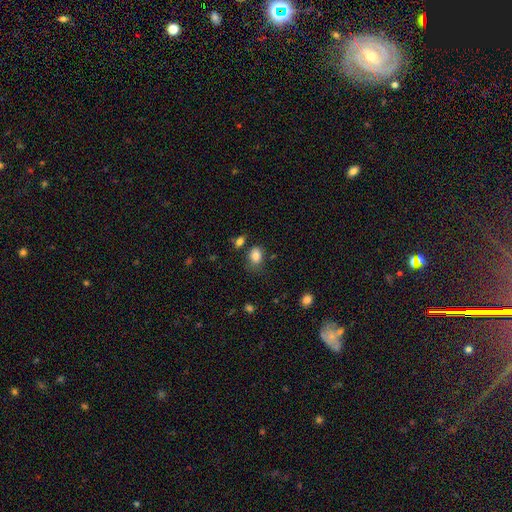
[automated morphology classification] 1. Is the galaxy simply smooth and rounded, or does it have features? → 84% smooth, 10% star or artifact, 6% featured or disk.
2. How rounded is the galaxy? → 67% in between, 32% round, 1% cigar-shaped.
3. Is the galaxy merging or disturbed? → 64% none, 23% minor disturbance, 7% major disturbance, 6% merger.